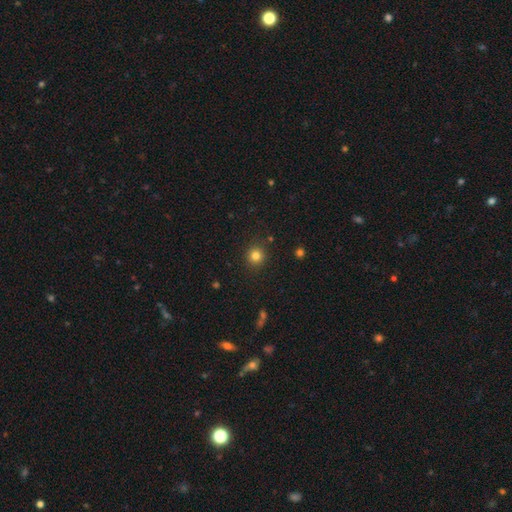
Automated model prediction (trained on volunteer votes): This appears to be a smooth galaxy with no disk features (81%) that is round (90%). Merging: none (88%).